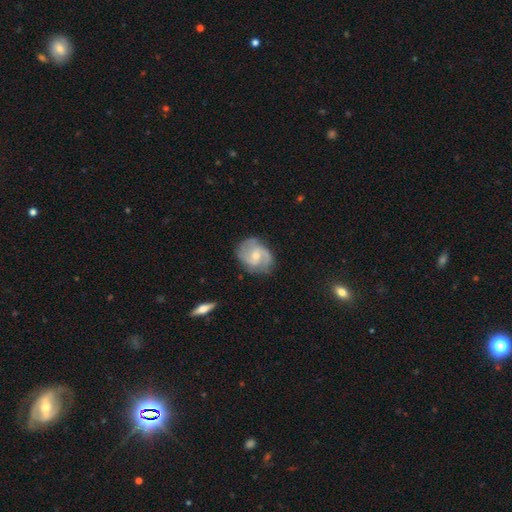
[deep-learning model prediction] This is clearly a featured or disk galaxy (83%). It is clearly not viewed edge-on (98%). Bar: possibly no (47%). Spiral arm pattern: clearly yes (96%). Spiral arm count: likely 2 (69%). Spiral winding: possibly medium (53%). Central bulge: possibly small (56%). Merging: likely none (76%).